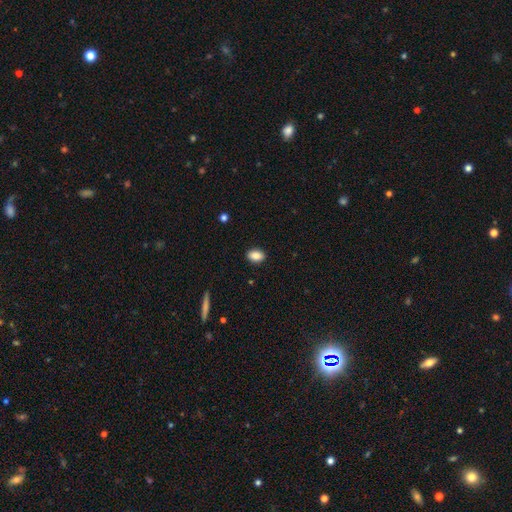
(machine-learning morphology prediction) A smooth galaxy with no disk features (87%) that is in between round and cigar-shaped (83%). Merging: none (89%).